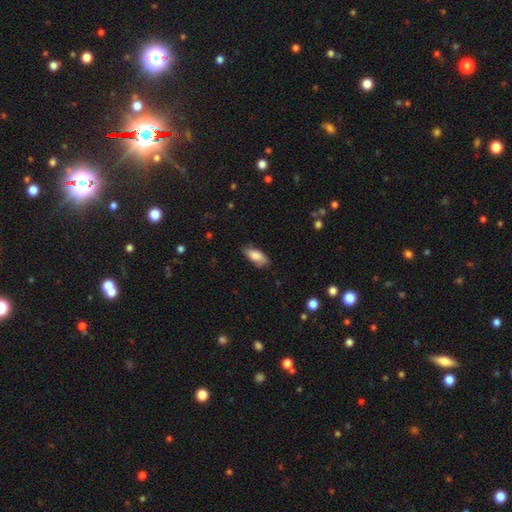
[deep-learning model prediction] Overall: smooth (82%). How rounded: in between (86%). Merging: none (76%).